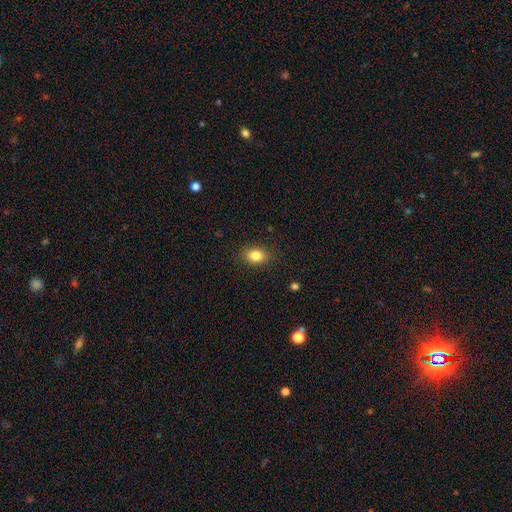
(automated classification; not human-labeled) A smooth galaxy with no disk features (84%) that is in between round and cigar-shaped (78%). Merging: none (86%).